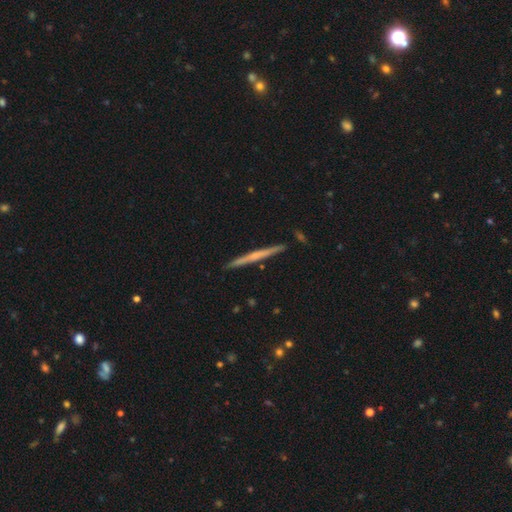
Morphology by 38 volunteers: Smooth or featured?
  - featured or disk: 66% *
  - smooth: 24%
  - star or artifact: 11%
Edge-on disk?
  - yes: 100% *
  - no: 0%
Edge-on bulge?
  - rounded: 52% *
  - none: 40%
  - boxy: 8%
Merging?
  - none: 94% *
  - minor disturbance: 3%
  - major disturbance: 3%
  - merger: 0%